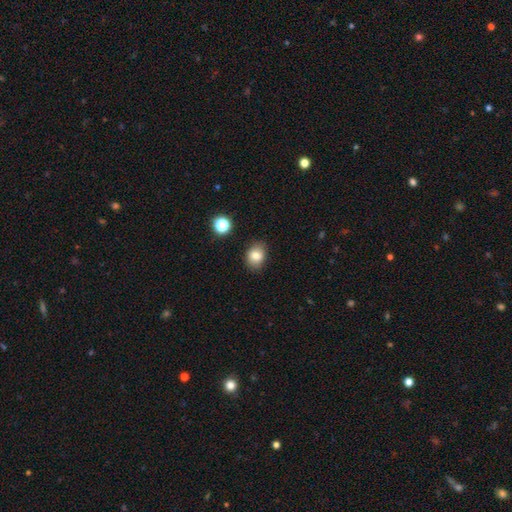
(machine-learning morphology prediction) This appears to be a smooth galaxy with no disk features (80%) that is in between round and cigar-shaped (59%). Merging: none (81%).